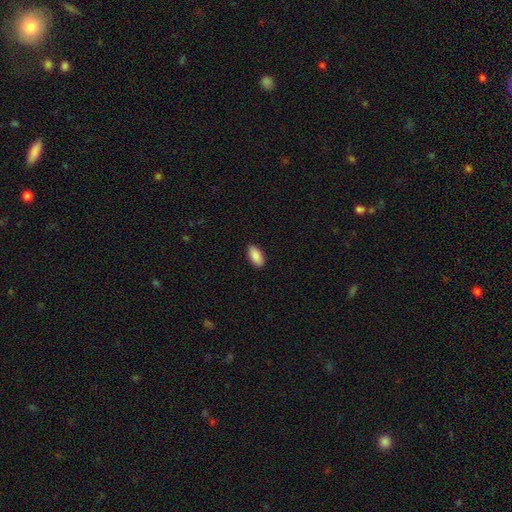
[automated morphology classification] Q: Smooth or featured?
A: smooth (90%); runner-up: star or artifact (6%)
Q: How rounded?
A: in between (94%); runner-up: cigar-shaped (4%)
Q: Merging?
A: none (89%); runner-up: minor disturbance (9%)